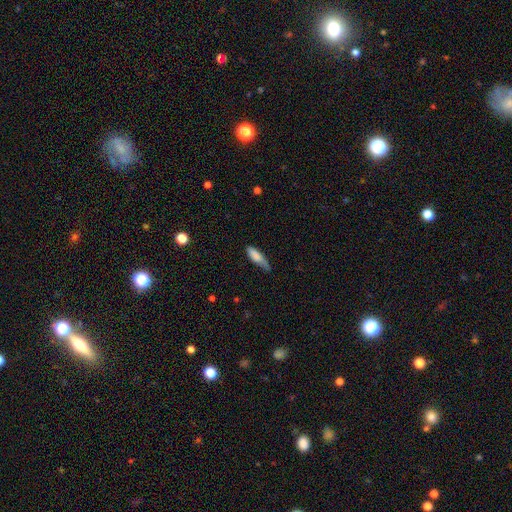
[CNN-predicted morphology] Smooth or featured? Predicted: smooth (p=0.78). How rounded? Predicted: in between (p=0.50). Merging? Predicted: minor disturbance (p=0.42).